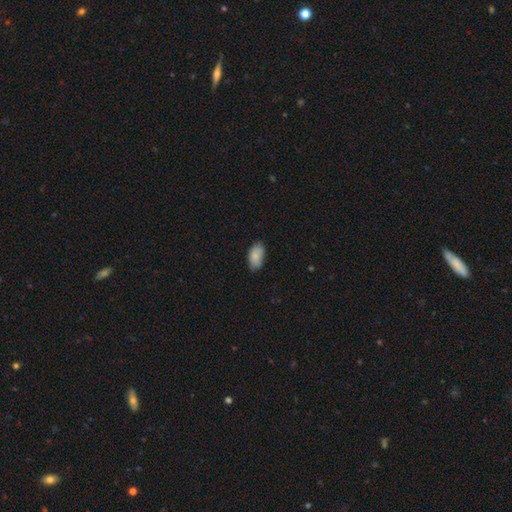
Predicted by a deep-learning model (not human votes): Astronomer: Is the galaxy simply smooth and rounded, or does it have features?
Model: smooth — 83%.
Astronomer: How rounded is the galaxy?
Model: in between — 94%.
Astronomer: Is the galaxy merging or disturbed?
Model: none — 74%.